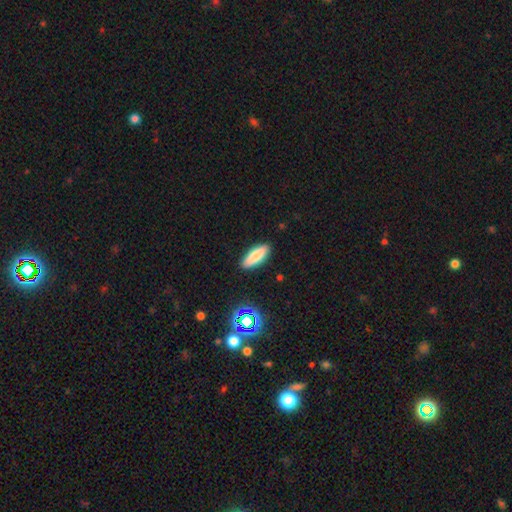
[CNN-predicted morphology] smooth 82%, featured or disk 10%, star or artifact 8%. Down the decision tree: how rounded — in between (59%); merging — none (89%).